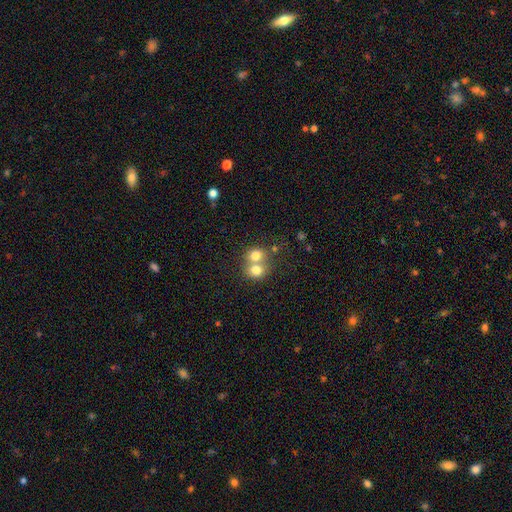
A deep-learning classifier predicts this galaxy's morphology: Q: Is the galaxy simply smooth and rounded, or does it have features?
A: smooth — 75%.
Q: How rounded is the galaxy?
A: round — 73%.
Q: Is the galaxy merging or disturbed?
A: merger — 64%.